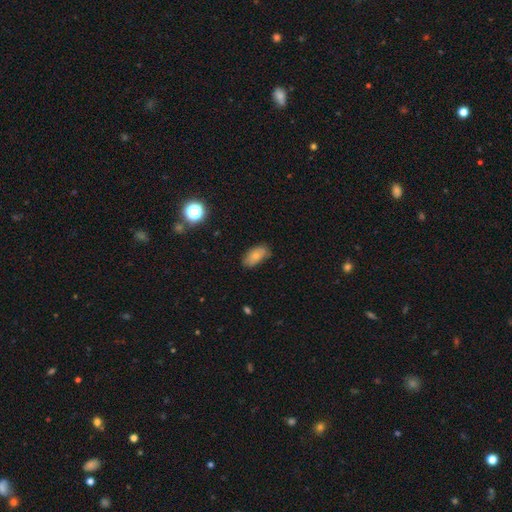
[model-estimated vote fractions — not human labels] Overall: smooth (74%). How rounded: in between (92%). Merging: none (69%).